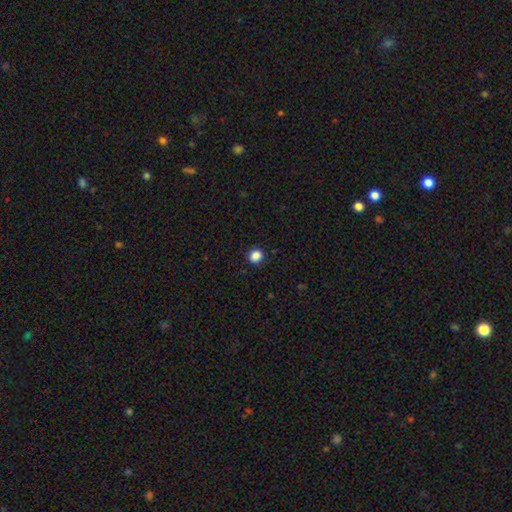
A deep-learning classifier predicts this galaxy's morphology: type=smooth (87%); roundness=round (81%); merging=none (90%).